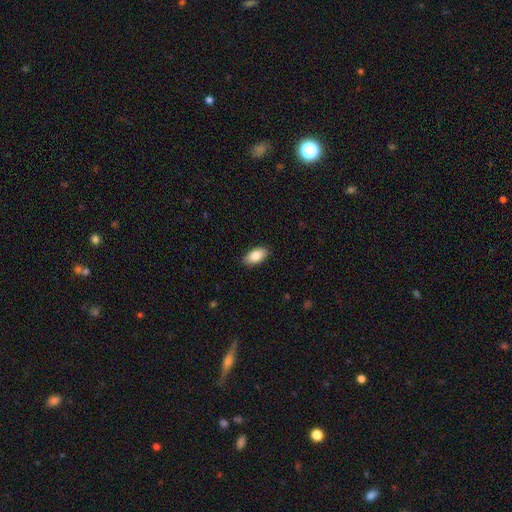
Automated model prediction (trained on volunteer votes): smooth-or-featured: smooth: 85% | featured or disk: 9% | star or artifact: 7%
  how-rounded: in between: 93% | cigar-shaped: 4% | round: 3%
  merging: none: 89% | minor disturbance: 8% | major disturbance: 2% | merger: 1%